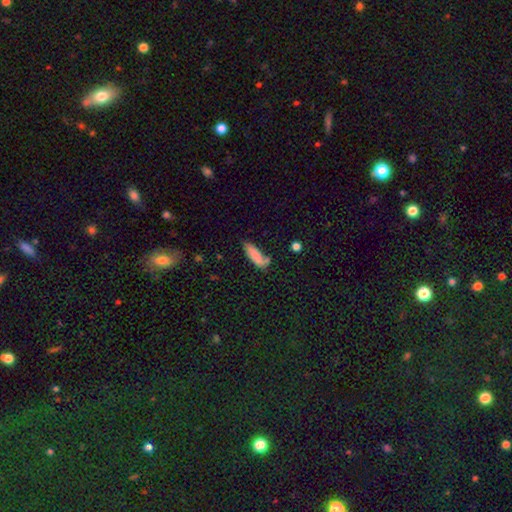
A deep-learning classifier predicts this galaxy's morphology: smooth 81%, featured or disk 12%, star or artifact 7%. Down the decision tree: how rounded — in between (53%); merging — none (56%).